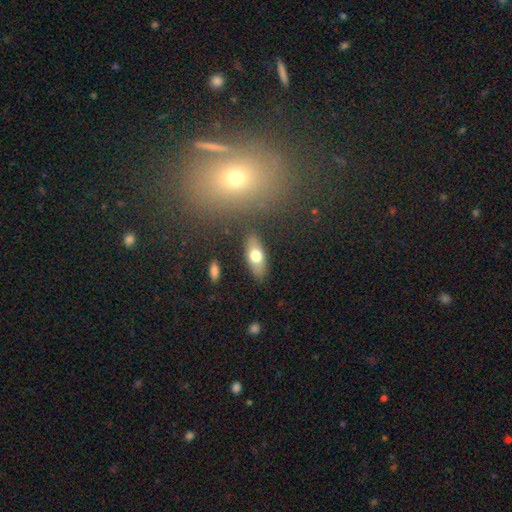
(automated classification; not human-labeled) A smooth galaxy with no disk features (68%) that is in between round and cigar-shaped (79%). Merging: none (84%).